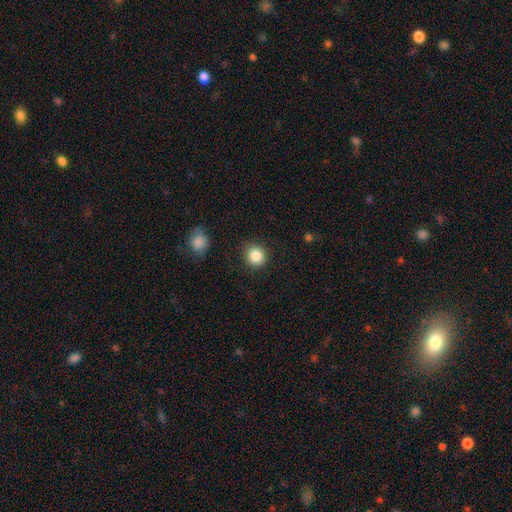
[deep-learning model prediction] A smooth galaxy with no disk features (87%) that is round (89%). Merging: none (87%).